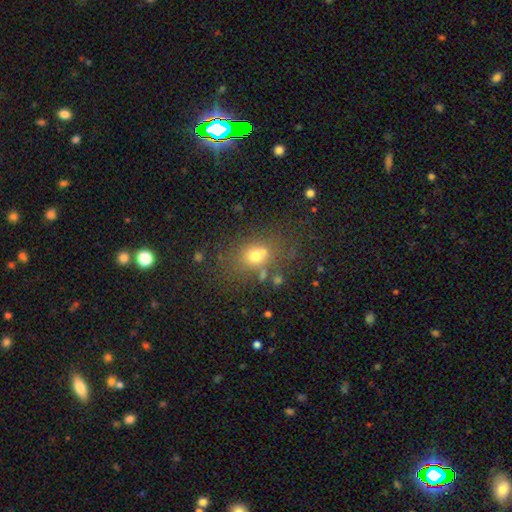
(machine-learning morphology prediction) A smooth galaxy with no disk features (65%) that is round (56%).

Vote fractions:
- Smooth or featured? smooth: 65% / star or artifact: 20% / featured or disk: 15%
- How rounded? round: 56% / in between: 42% / cigar-shaped: 1%
- Merging? none: 59% / merger: 19% / minor disturbance: 14% / major disturbance: 7%